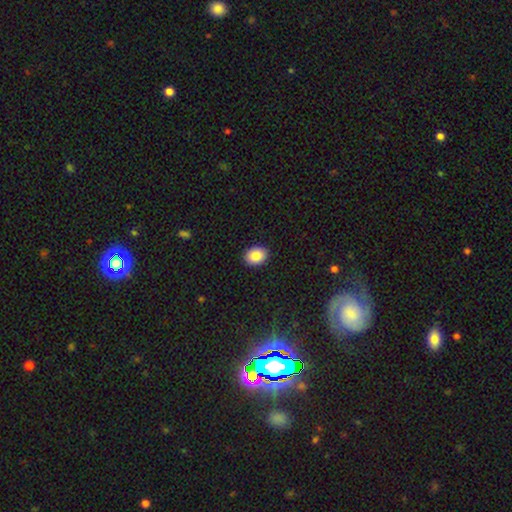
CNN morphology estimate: Smooth or featured: smooth — 85% (star or artifact — 8%)
How rounded: in between — 62% (round — 37%)
Merging: none — 91% (minor disturbance — 7%)